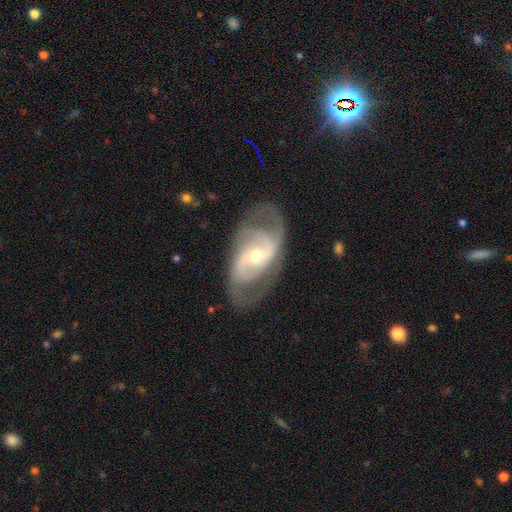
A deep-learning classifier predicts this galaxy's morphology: Smooth or featured? Predicted: featured or disk (p=0.86). Edge-on disk? Predicted: no (p=0.95). Bar? Predicted: weak (p=0.39, tied with no). Spiral arms? Predicted: yes (p=0.92). Spiral winding? Predicted: medium (p=0.49). Spiral arm count? Predicted: 2 (p=0.76). Bulge size? Predicted: small (p=0.52). Merging? Predicted: none (p=0.70).